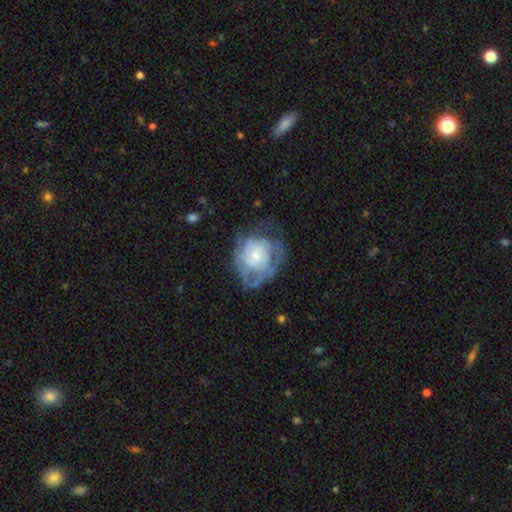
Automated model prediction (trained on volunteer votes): Overall: featured or disk (64%; smooth 28%). Edge-on disk: no (97%). Bar: no (80%). Spiral arms: yes (66%; no 34%). Bulge size: small (53%; moderate 34%). Merging: none (49%; major disturbance 26%).